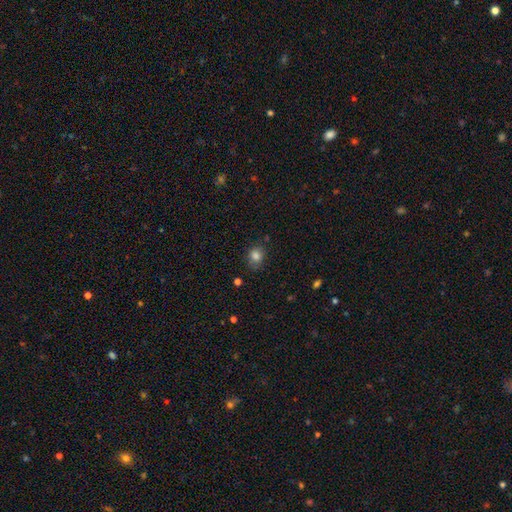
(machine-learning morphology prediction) Smooth or featured? smooth (82%)
How rounded? round (62%)
Merging? none (69%)